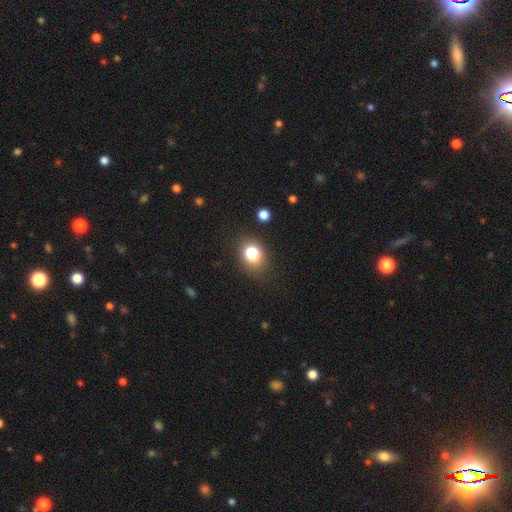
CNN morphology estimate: A smooth galaxy with no disk features (79%) that is in between round and cigar-shaped (50%). Merging: none (77%).